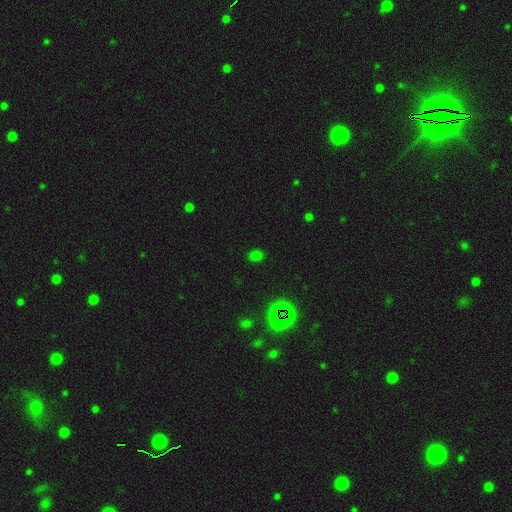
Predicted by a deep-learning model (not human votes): The model was most divided on "how rounded": round: 53%, in between: 45%, cigar-shaped: 2%. More confident: merging — none (86%); smooth or featured — smooth (60%).